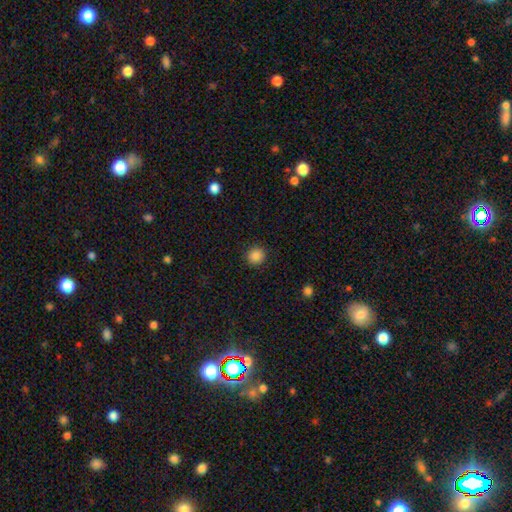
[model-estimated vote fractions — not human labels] Smooth or featured? Predicted: smooth (p=0.86). How rounded? Predicted: round (p=0.90). Merging? Predicted: none (p=0.91).